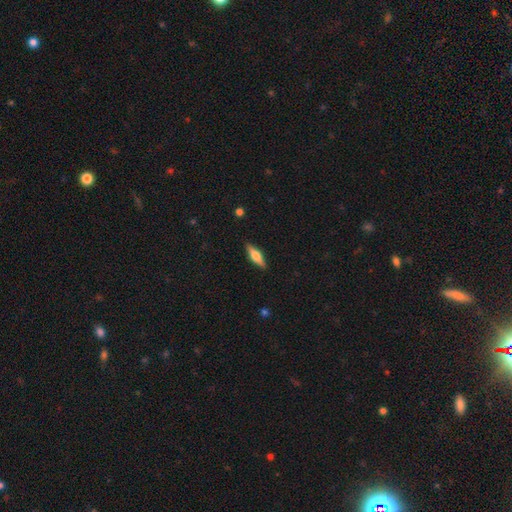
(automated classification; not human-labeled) Smooth or featured? featured or disk (50%)
Merging? none (89%)